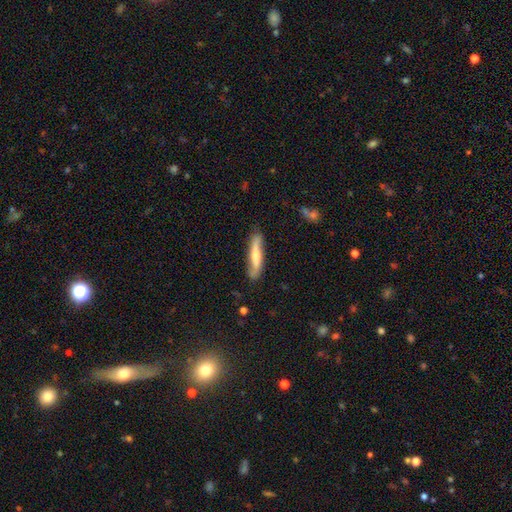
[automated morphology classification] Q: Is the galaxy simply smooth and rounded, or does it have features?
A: featured or disk — 53%.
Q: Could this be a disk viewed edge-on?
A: yes — 60%.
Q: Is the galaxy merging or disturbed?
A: none — 78%.